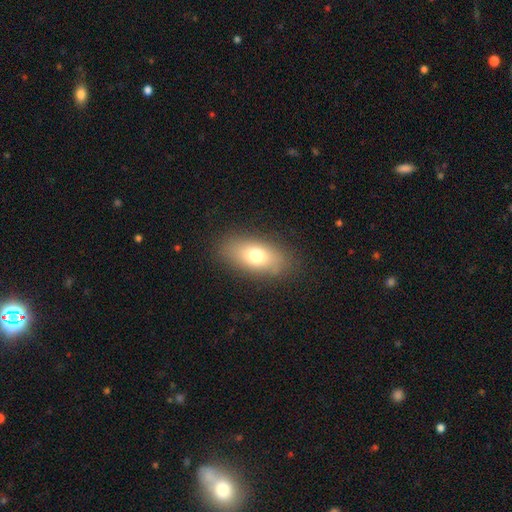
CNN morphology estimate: Q: Smooth or featured?
A: smooth (73%); runner-up: featured or disk (17%)
Q: How rounded?
A: in between (87%); runner-up: round (8%)
Q: Merging?
A: none (85%); runner-up: minor disturbance (10%)